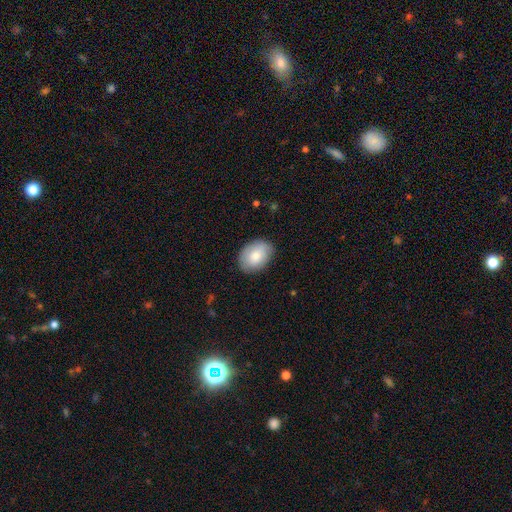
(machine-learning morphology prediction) A smooth galaxy with no disk features (78%) that is in between round and cigar-shaped (74%). Merging: none (82%).